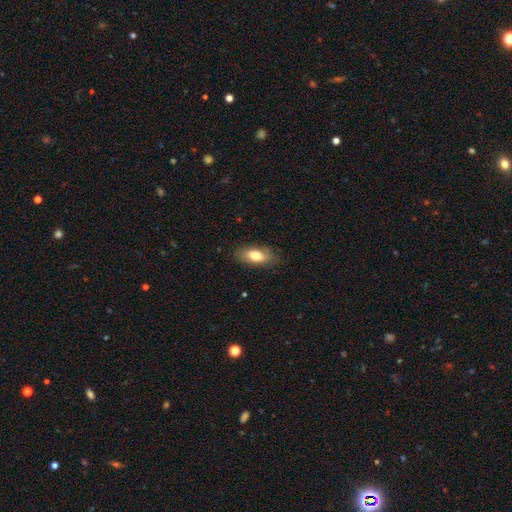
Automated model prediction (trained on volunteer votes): The model was most divided on "smooth or featured": smooth: 74%, featured or disk: 19%, star or artifact: 7%. More confident: how rounded — in between (85%); merging — none (82%).